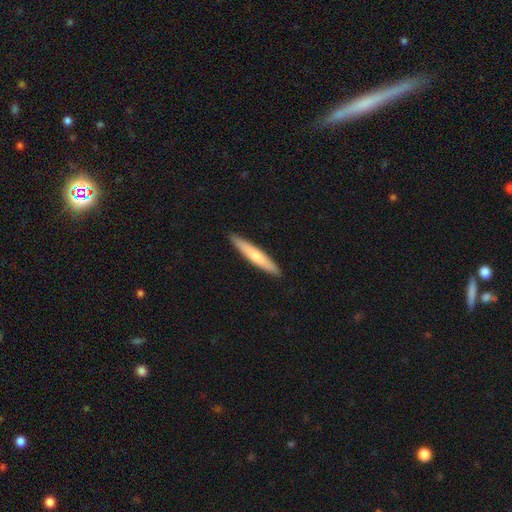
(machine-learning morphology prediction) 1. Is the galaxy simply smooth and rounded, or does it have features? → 63% smooth, 32% featured or disk, 5% star or artifact.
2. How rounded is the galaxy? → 93% cigar-shaped, 6% in between, 1% round.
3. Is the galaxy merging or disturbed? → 91% none, 6% minor disturbance, 1% major disturbance, 1% merger.